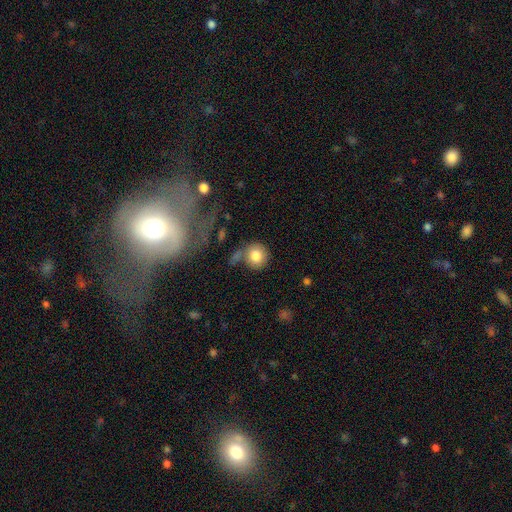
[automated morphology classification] A smooth galaxy with no disk features (81%) that is round (89%). Merging: none (61%).